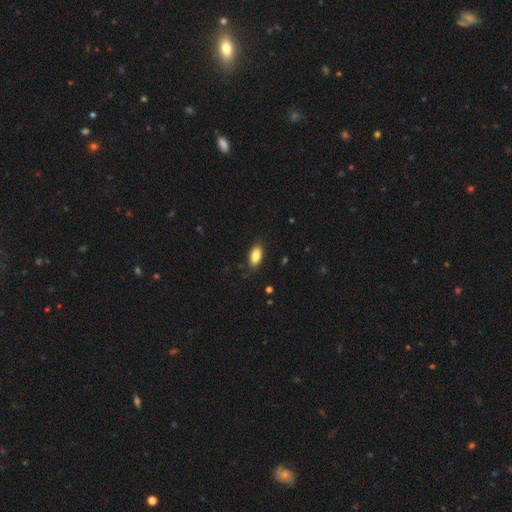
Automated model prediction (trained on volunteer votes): Smooth or featured? Predicted: smooth (p=0.86). How rounded? Predicted: in between (p=0.90). Merging? Predicted: none (p=0.85).